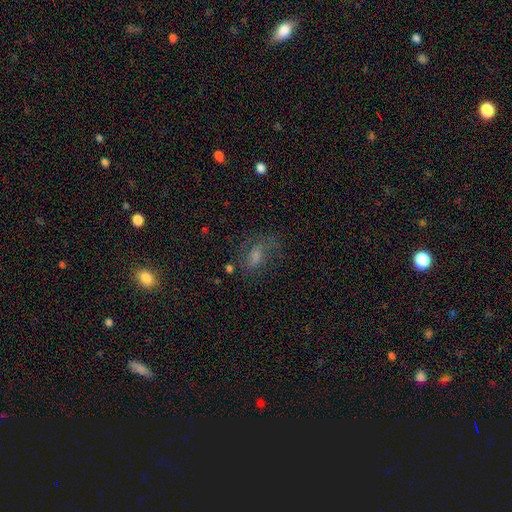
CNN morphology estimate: smooth_or_featured: featured or disk (p=0.43) [alt: smooth p=0.34]
merging: none (p=0.56) [alt: major disturbance p=0.21]